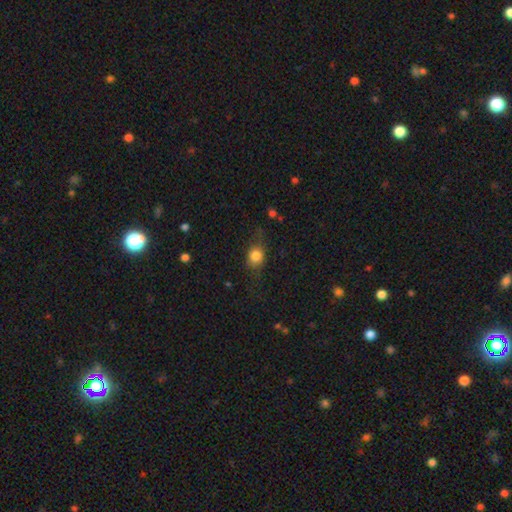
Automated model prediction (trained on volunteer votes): A smooth galaxy with no disk features (79%) that is round (59%). Merging: none (63%).